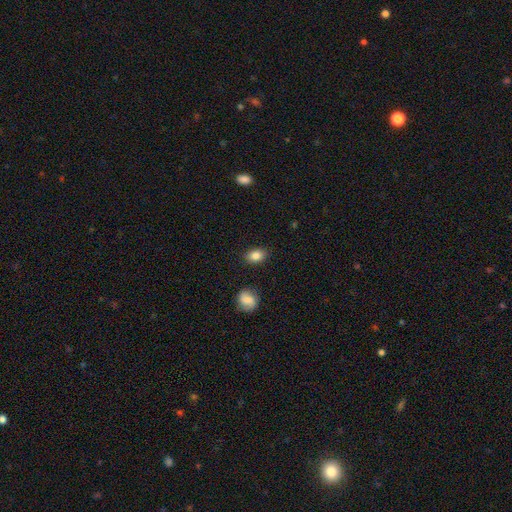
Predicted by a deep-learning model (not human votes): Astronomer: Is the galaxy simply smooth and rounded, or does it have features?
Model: smooth — 85%.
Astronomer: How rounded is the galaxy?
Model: in between — 76%.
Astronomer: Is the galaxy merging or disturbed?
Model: none — 86%.